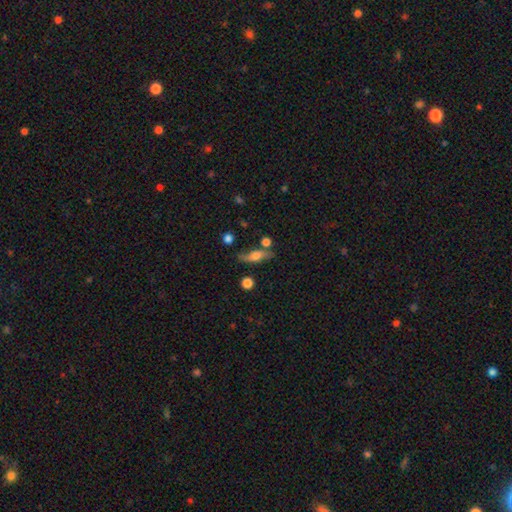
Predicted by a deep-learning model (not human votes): Smooth or featured? smooth (46%)
Merging? none (67%)